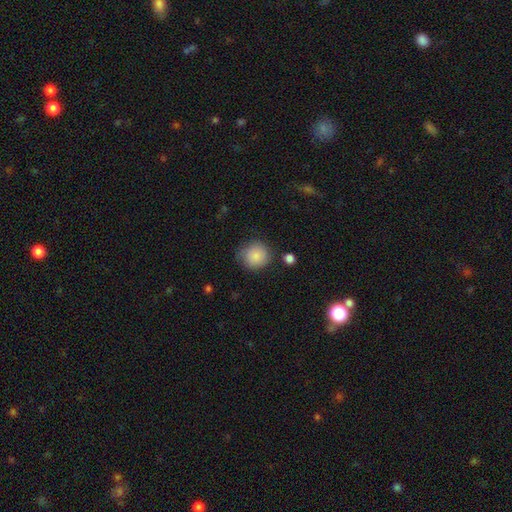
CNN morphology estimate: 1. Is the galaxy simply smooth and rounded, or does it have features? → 85% smooth, 8% star or artifact, 7% featured or disk.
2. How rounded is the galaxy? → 90% round, 9% in between, 1% cigar-shaped.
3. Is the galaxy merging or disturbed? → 70% none, 21% minor disturbance, 5% major disturbance, 3% merger.